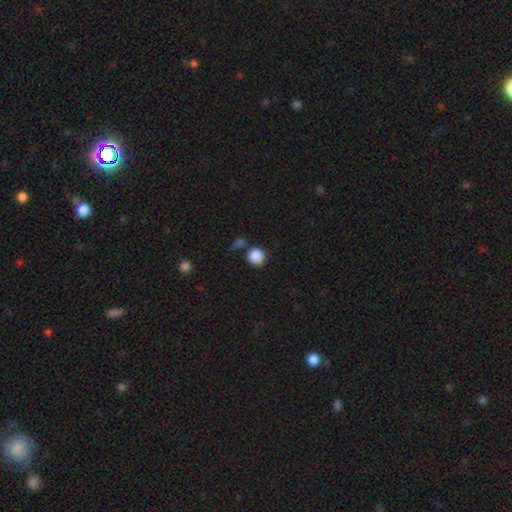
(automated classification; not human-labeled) This is clearly a smooth galaxy (87%). How rounded: clearly round (87%). Merging: likely none (65%).